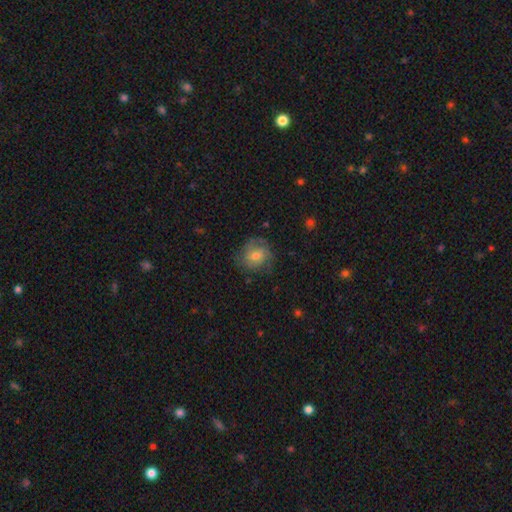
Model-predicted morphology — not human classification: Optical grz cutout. It shows a smooth galaxy with no disk features (52%) that is round (76%). Merging: none (68%).